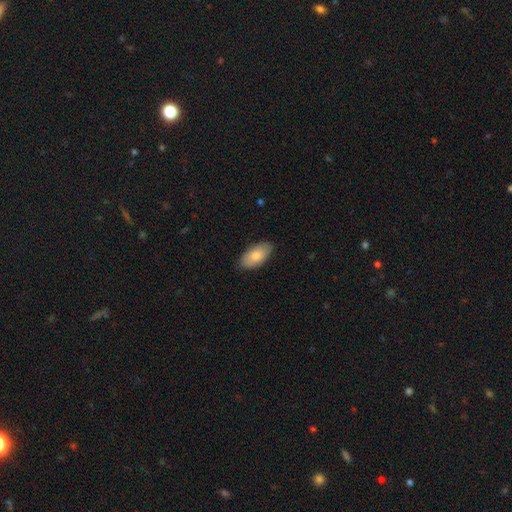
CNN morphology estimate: smooth 81%, featured or disk 14%, star or artifact 6%. Down the decision tree: how rounded — in between (94%); merging — none (85%).